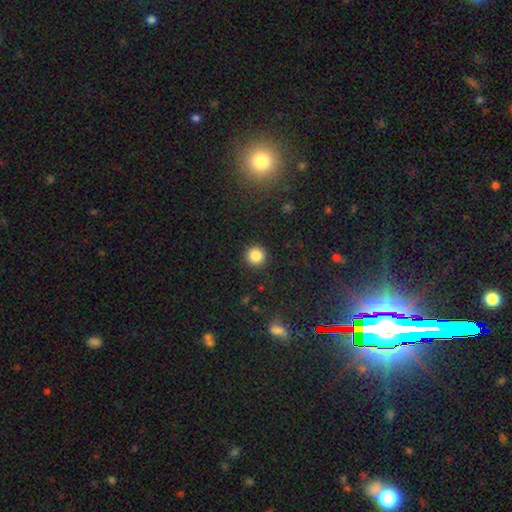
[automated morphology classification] Smooth or featured: smooth — 85% (star or artifact — 11%)
How rounded: round — 95% (in between — 4%)
Merging: none — 91% (minor disturbance — 5%)